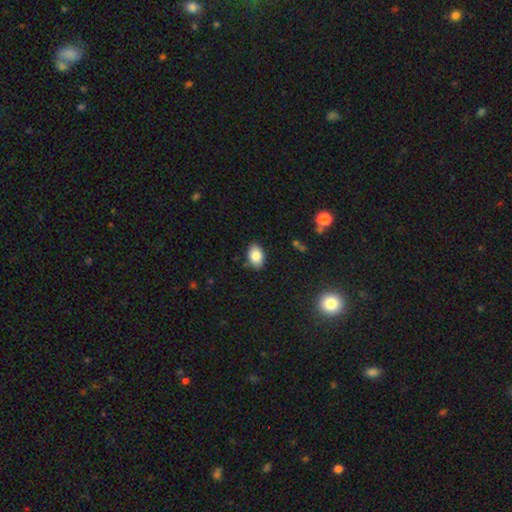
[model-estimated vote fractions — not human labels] A smooth galaxy with no disk features (85%) that is in between round and cigar-shaped (86%). Merging: none (86%).